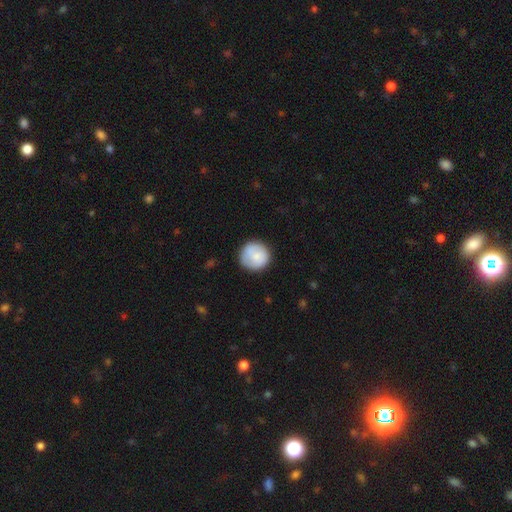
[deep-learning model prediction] A smooth galaxy with no disk features (79%) that is round (94%). Merging: none (82%).